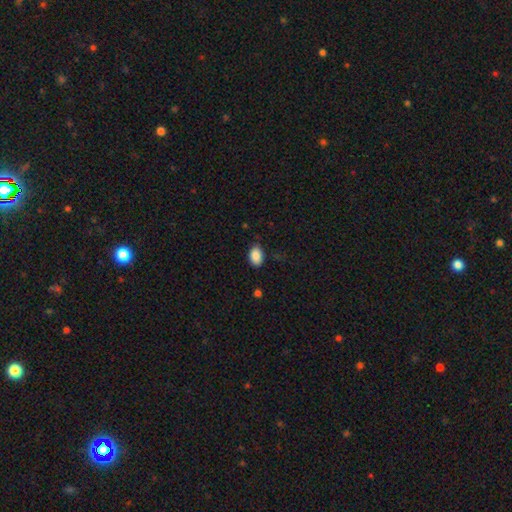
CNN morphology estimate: Q: Smooth or featured?
A: smooth (88%); runner-up: star or artifact (8%)
Q: How rounded?
A: in between (87%); runner-up: round (12%)
Q: Merging?
A: none (82%); runner-up: minor disturbance (14%)